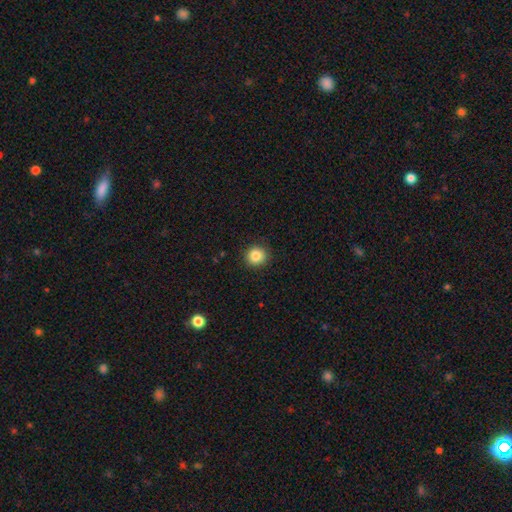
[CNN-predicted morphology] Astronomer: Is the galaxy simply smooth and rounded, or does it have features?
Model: smooth — 85%.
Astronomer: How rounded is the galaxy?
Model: round — 92%.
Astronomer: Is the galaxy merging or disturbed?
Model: none — 90%.